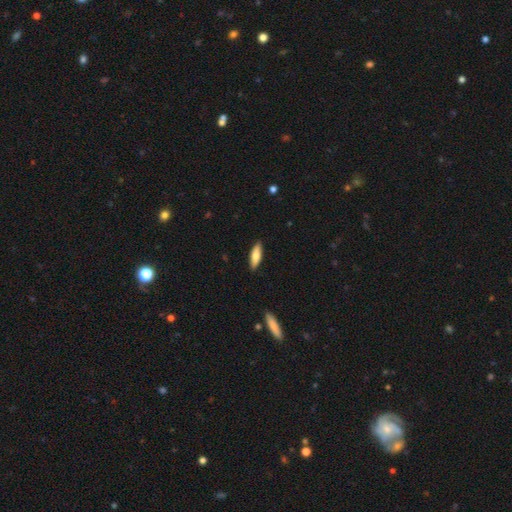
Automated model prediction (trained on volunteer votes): This appears to be a smooth galaxy with no disk features (75%) that is in between round and cigar-shaped (50%). Merging: none (89%).